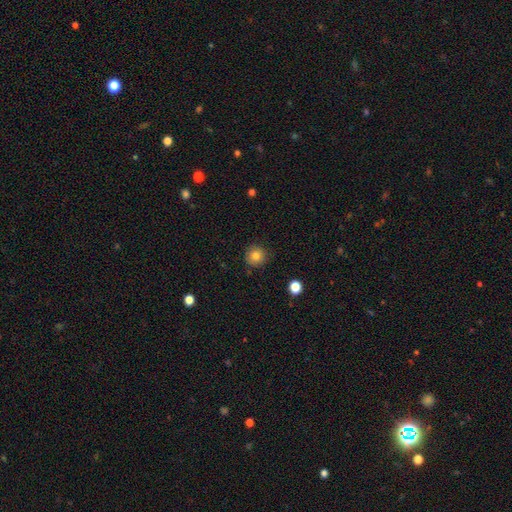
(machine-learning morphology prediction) This is clearly a smooth galaxy (81%). How rounded: clearly round (95%). Merging: clearly none (89%).